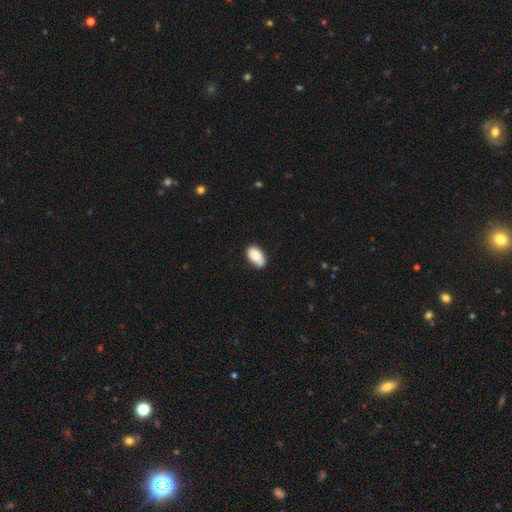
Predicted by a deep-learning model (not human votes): smooth_or_featured: smooth (p=0.83) [alt: featured or disk p=0.10]
how_rounded: in between (p=0.93) [alt: round p=0.05]
merging: none (p=0.66) [alt: minor disturbance p=0.27]